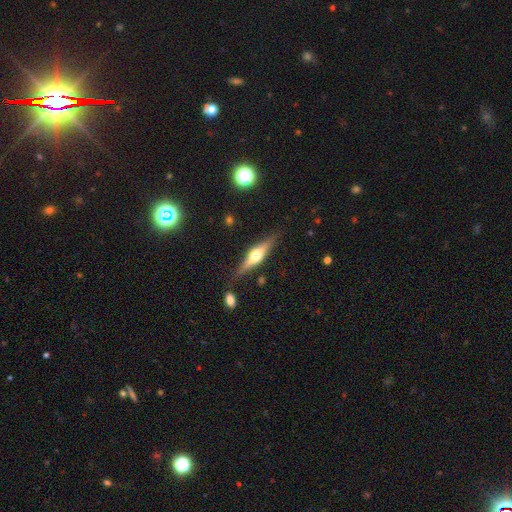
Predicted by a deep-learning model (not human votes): Morphology: type=featured or disk (67%); edge-on=yes (96%); edge-on bulge=rounded (90%); merging=none (84%).